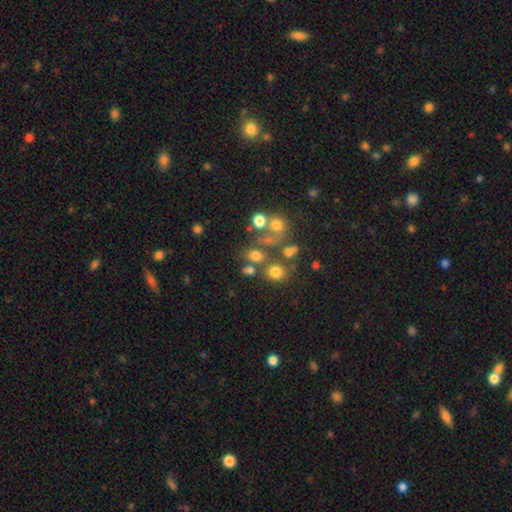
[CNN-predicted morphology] Smooth or featured? smooth (67%)
How rounded? round (53%)
Merging? none (53%)